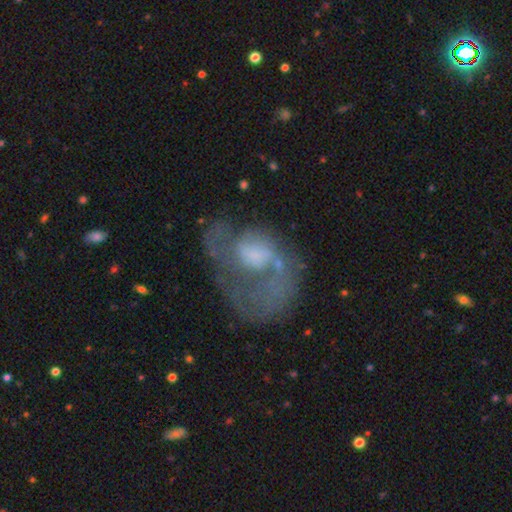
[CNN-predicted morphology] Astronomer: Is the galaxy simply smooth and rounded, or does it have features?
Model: featured or disk — 69%.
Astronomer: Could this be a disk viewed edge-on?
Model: no — 97%.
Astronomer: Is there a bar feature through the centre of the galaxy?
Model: no — 73%.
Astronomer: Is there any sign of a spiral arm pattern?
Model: yes — 69%.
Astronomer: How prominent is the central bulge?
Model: moderate — 35% (runner-up: small, 23%).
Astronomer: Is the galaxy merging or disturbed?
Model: major disturbance — 42% (runner-up: none, 35%).